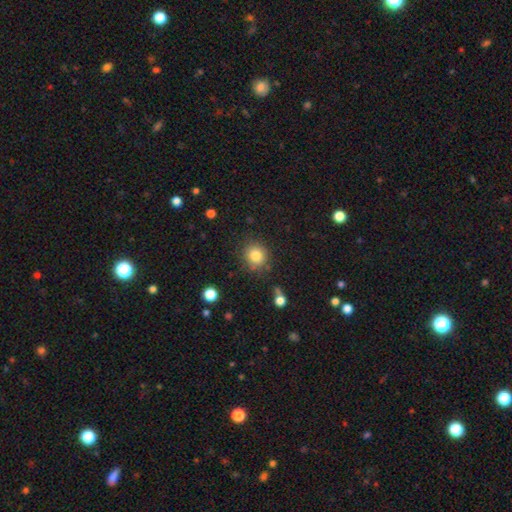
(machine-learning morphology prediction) Smooth or featured: smooth — 82% (star or artifact — 11%)
How rounded: round — 86% (in between — 13%)
Merging: none — 82% (minor disturbance — 11%)